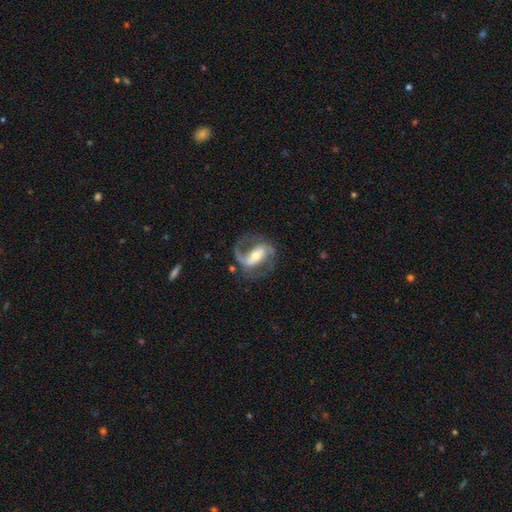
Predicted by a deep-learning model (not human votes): Smooth or featured? featured or disk (87%)
Edge-on disk? no (96%)
Bar? strong (52%)
Spiral arms? yes (95%)
Spiral winding? medium (54%)
Spiral arm count? 2 (82%)
Bulge size? moderate (56%)
Merging? none (69%)